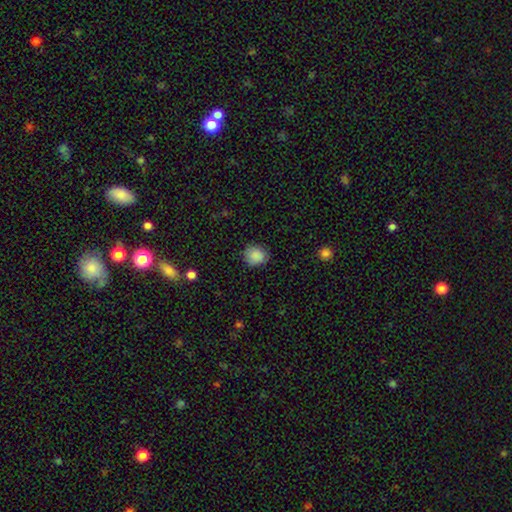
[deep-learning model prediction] smooth-or-featured: smooth: 87% | star or artifact: 9% | featured or disk: 4%
  how-rounded: round: 81% | in between: 18% | cigar-shaped: 1%
  merging: none: 83% | minor disturbance: 13% | major disturbance: 3% | merger: 1%